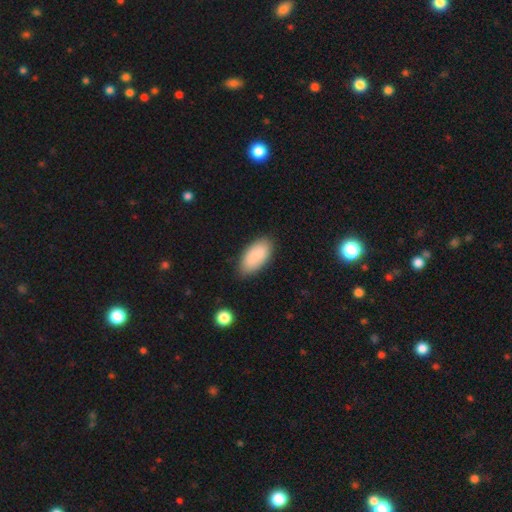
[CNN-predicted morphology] smooth 88%, star or artifact 7%, featured or disk 6%. Down the decision tree: how rounded — in between (94%); merging — none (81%).